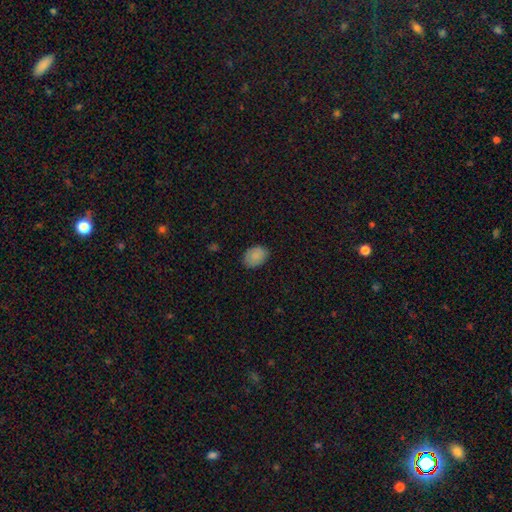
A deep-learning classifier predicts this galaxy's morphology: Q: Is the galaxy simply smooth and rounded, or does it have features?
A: smooth — 86%.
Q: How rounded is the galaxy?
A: in between — 74%.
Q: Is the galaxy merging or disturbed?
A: none — 84%.